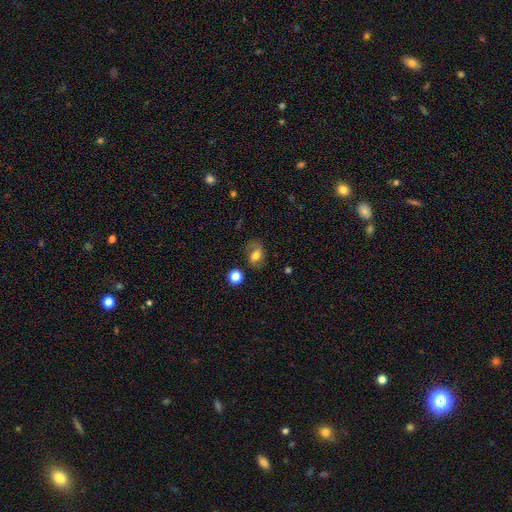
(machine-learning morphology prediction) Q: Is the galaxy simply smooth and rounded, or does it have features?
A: smooth — 61%.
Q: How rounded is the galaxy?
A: in between — 68%.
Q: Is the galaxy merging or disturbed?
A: none — 63%.